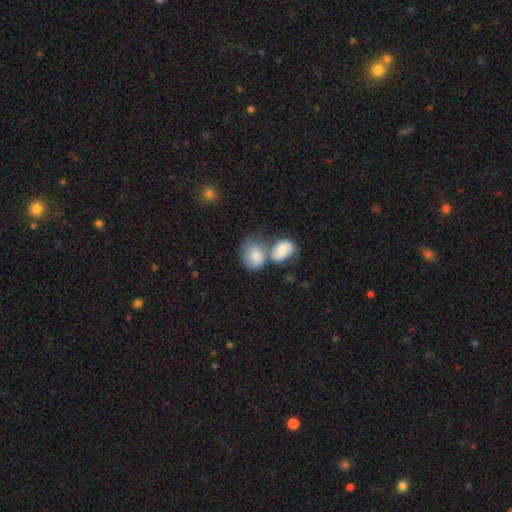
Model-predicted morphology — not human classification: A smooth galaxy with no disk features (78%) that is in between round and cigar-shaped (54%). Merging: merger (52%).